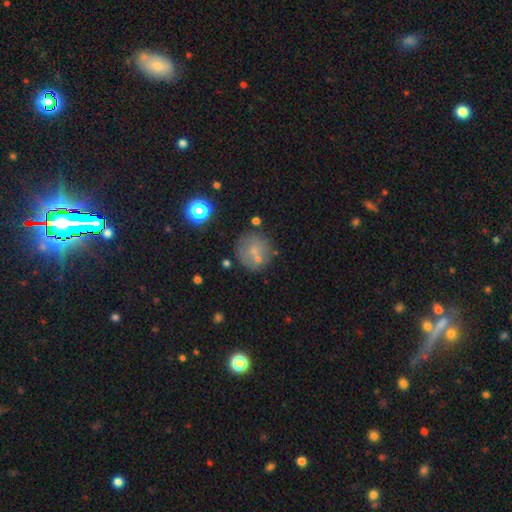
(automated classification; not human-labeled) Smooth or featured? Predicted: smooth (p=0.64). How rounded? Predicted: round (p=0.92). Merging? Predicted: none (p=0.69).